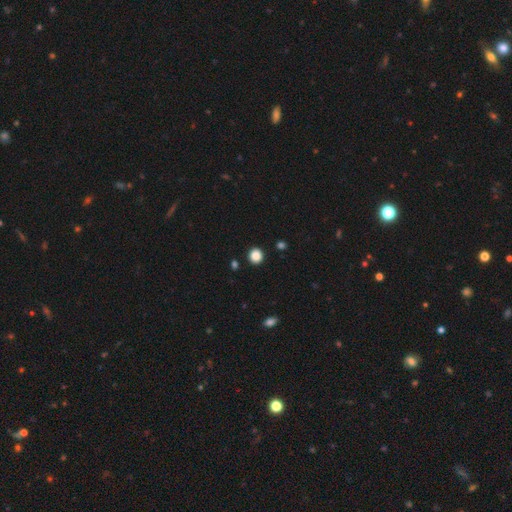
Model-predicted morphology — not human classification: Overall: smooth (87%). How rounded: round (89%). Merging: none (91%).